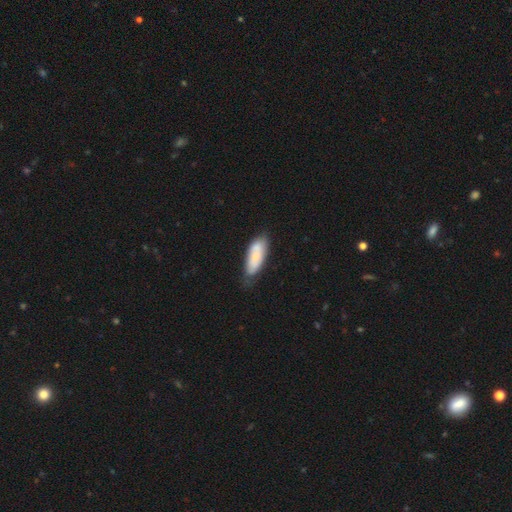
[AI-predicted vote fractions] smooth-or-featured: smooth: 66% | featured or disk: 28% | star or artifact: 6%
  how-rounded: in between: 71% | cigar-shaped: 27% | round: 2%
  merging: none: 61% | minor disturbance: 28% | major disturbance: 6% | merger: 4%